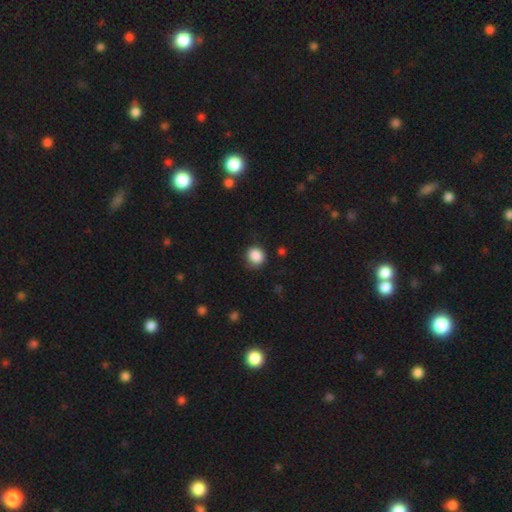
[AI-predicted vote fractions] This is clearly a smooth galaxy (87%). How rounded: clearly round (84%). Merging: clearly none (81%).